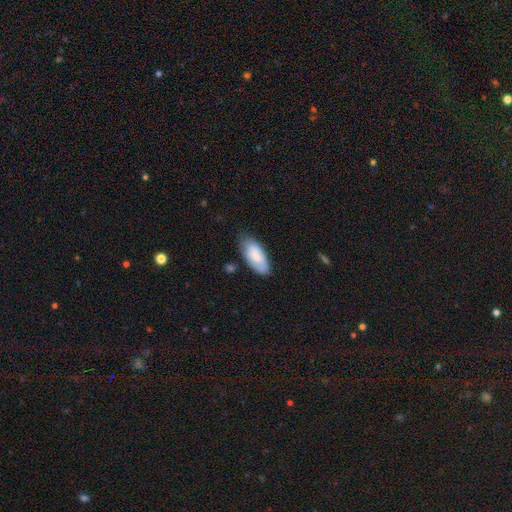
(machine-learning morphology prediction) smooth 76%, featured or disk 18%, star or artifact 6%. Down the decision tree: how rounded — in between (90%); merging — none (68%).